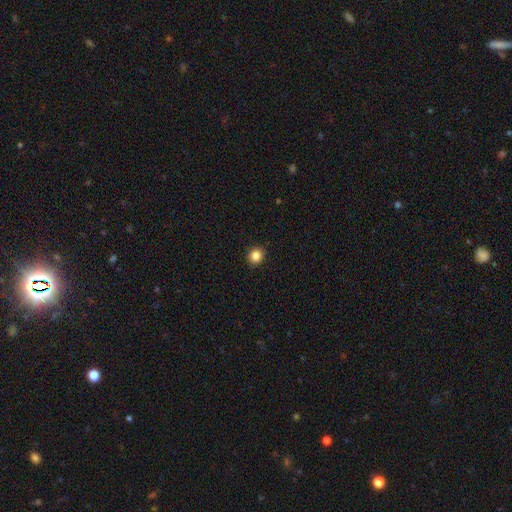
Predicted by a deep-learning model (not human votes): Morphology: type=smooth (85%); roundness=round (83%); merging=none (92%).